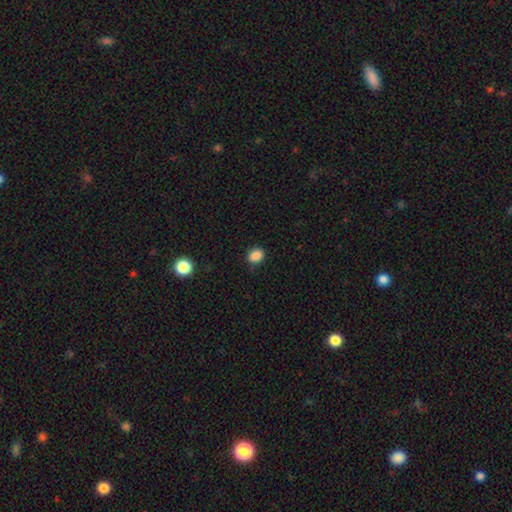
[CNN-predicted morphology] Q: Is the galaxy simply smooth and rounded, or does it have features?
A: smooth — 86%.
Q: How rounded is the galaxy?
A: round — 54%.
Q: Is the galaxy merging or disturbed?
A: none — 84%.